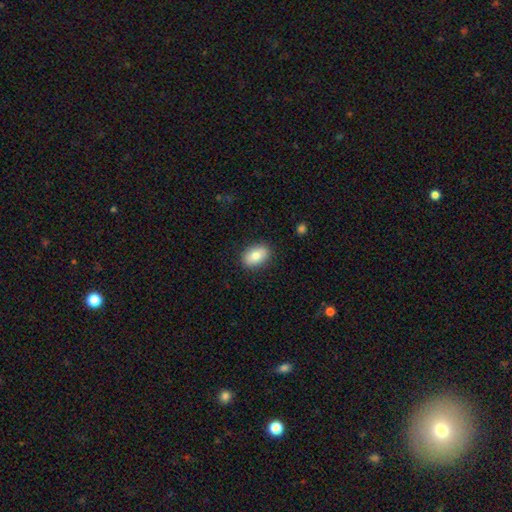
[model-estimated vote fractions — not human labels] This appears to be a smooth galaxy with no disk features (81%) that is in between round and cigar-shaped (85%). Merging: none (88%).